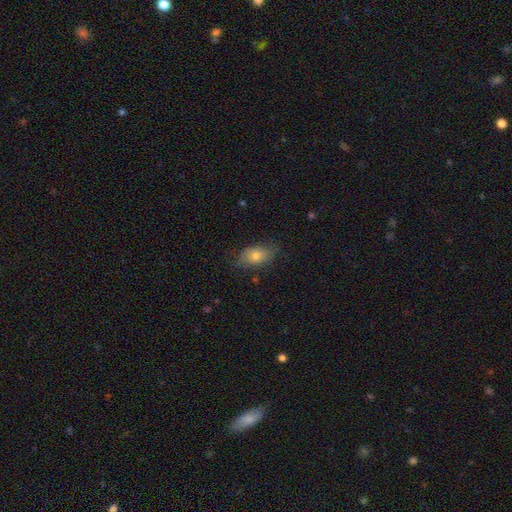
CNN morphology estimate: smooth 71%, featured or disk 20%, star or artifact 9%. Down the decision tree: how rounded — in between (87%); merging — none (74%).